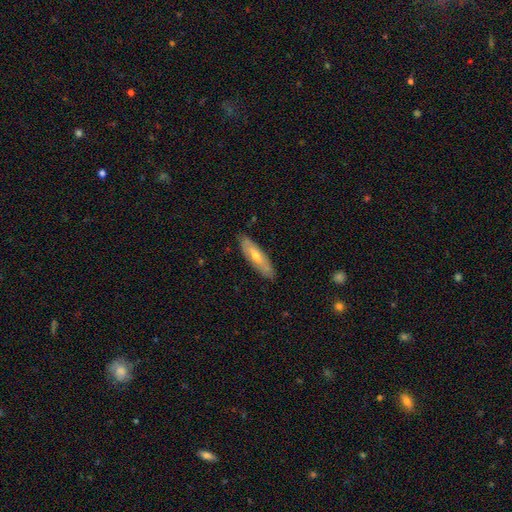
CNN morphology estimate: Smooth or featured?
  - smooth: 48% *
  - featured or disk: 46%
  - star or artifact: 6%
Merging?
  - none: 85% *
  - minor disturbance: 12%
  - major disturbance: 2%
  - merger: 1%